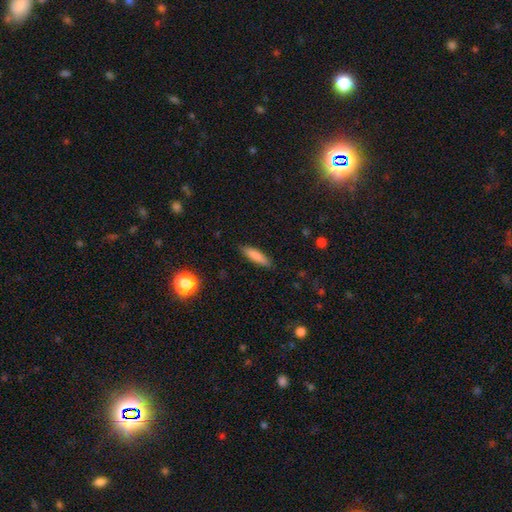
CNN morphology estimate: Overall: smooth (82%). How rounded: cigar-shaped (72%). Merging: none (88%).